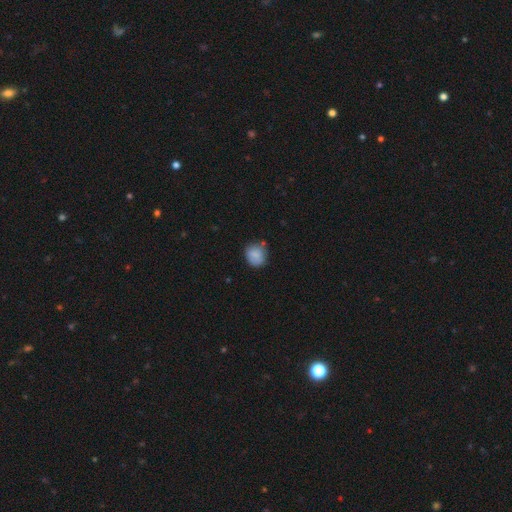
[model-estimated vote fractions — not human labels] Smooth or featured: smooth — 84% (star or artifact — 8%)
How rounded: round — 75% (in between — 24%)
Merging: none — 69% (minor disturbance — 22%)